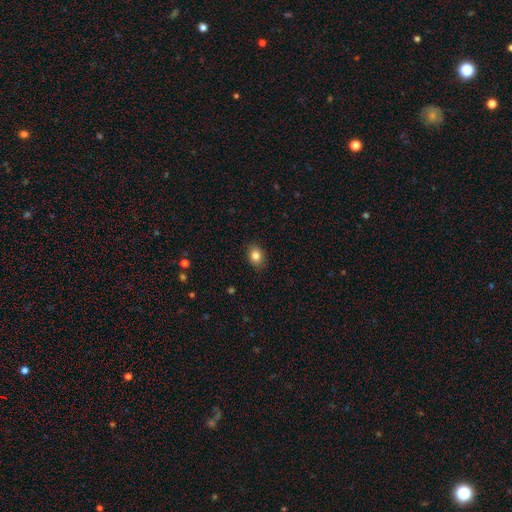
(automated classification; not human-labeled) The model was most divided on "how rounded": in between: 56%, round: 43%, cigar-shaped: 1%. More confident: merging — none (87%); smooth or featured — smooth (84%).